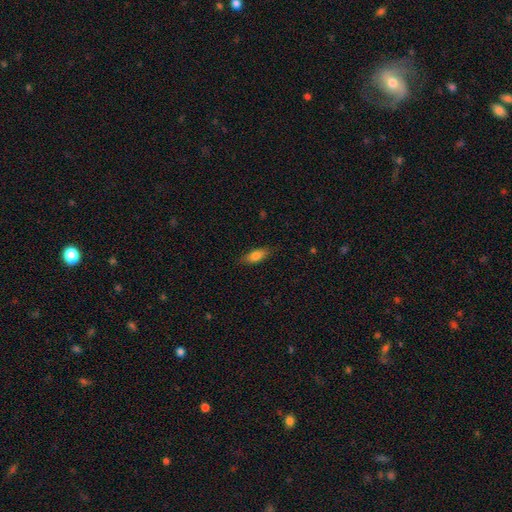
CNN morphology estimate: smooth 80%, featured or disk 13%, star or artifact 7%. Down the decision tree: how rounded — in between (78%); merging — none (84%).